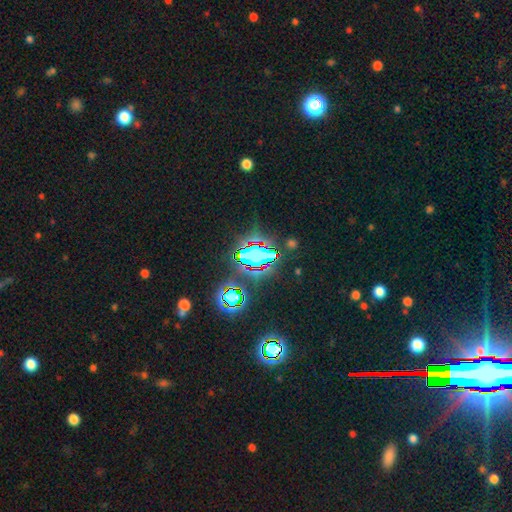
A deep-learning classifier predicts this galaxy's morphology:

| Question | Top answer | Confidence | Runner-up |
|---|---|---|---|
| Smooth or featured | star or artifact | 72% | smooth (16%) |